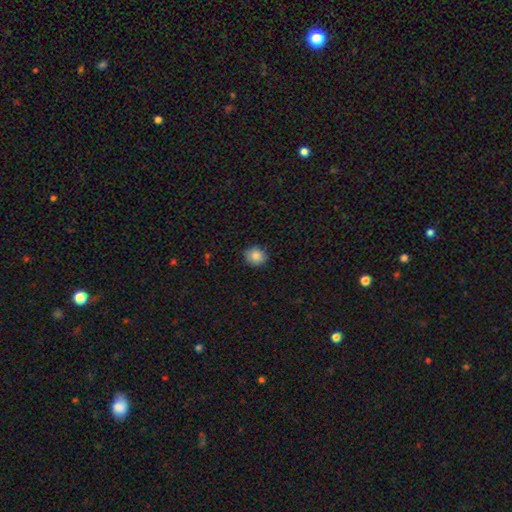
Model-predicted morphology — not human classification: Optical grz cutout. It shows a smooth galaxy with no disk features (84%) that is round (75%). Merging: none (88%).